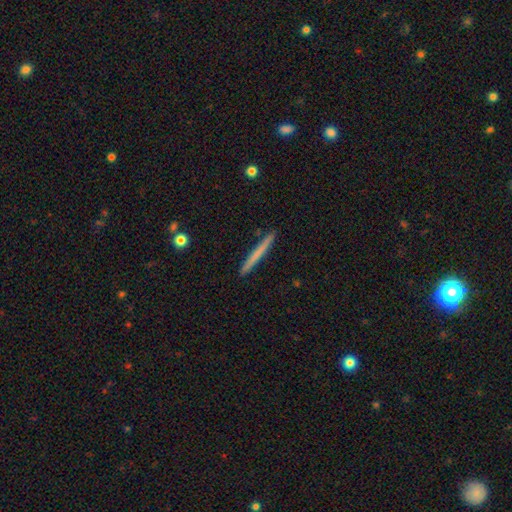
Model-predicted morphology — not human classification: Q: Smooth or featured?
A: smooth (63%); runner-up: featured or disk (32%)
Q: How rounded?
A: cigar-shaped (97%); runner-up: in between (2%)
Q: Merging?
A: none (91%); runner-up: minor disturbance (6%)